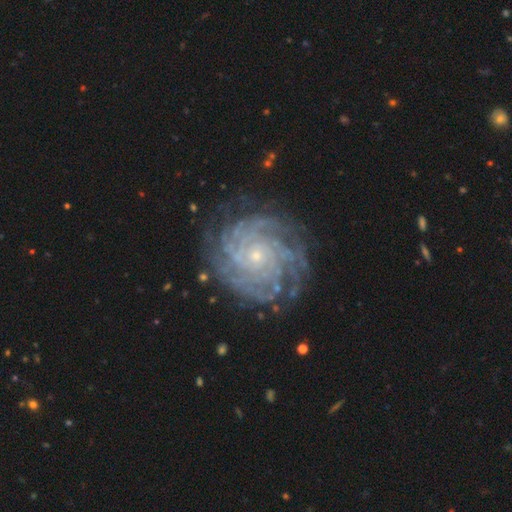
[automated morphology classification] The model was most divided on "spiral arm count": more than 4: 35%, can't tell: 21%, 4: 20%, 3: 9%, 2: 8%, 1: 7%. More confident: spiral arms — yes (97%); edge-on disk — no (97%); smooth or featured — featured or disk (89%); bulge size — small (84%); spiral winding — tight (82%); bar — no (80%); merging — none (79%).